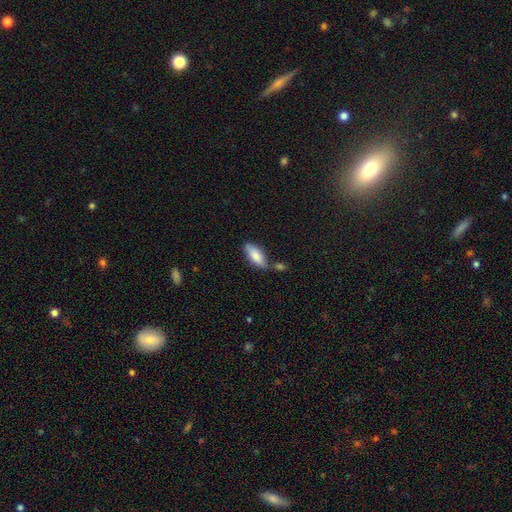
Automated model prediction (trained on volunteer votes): This is clearly a smooth galaxy (83%). How rounded: likely in between (77%). Merging: likely none (65%).